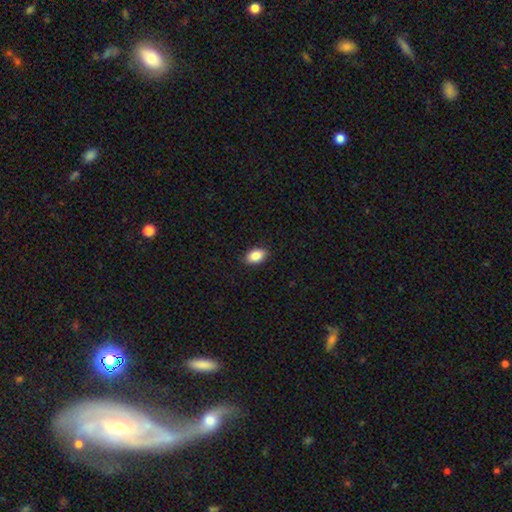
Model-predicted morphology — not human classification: The model was most divided on "smooth or featured": smooth: 88%, star or artifact: 7%, featured or disk: 5%. More confident: how rounded — in between (91%); merging — none (89%).